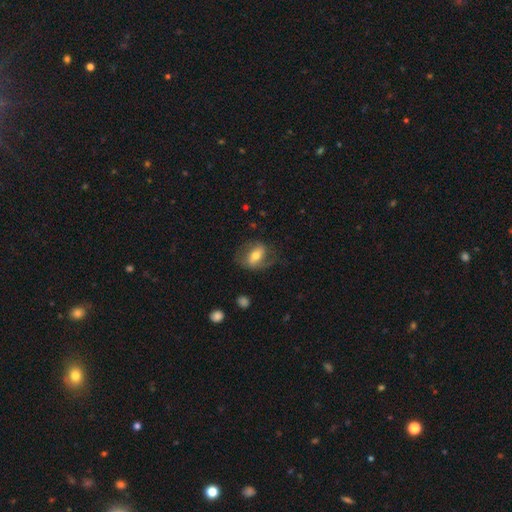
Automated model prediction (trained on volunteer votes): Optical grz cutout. It shows a featured or disk galaxy (47%). Merging: none (62%).